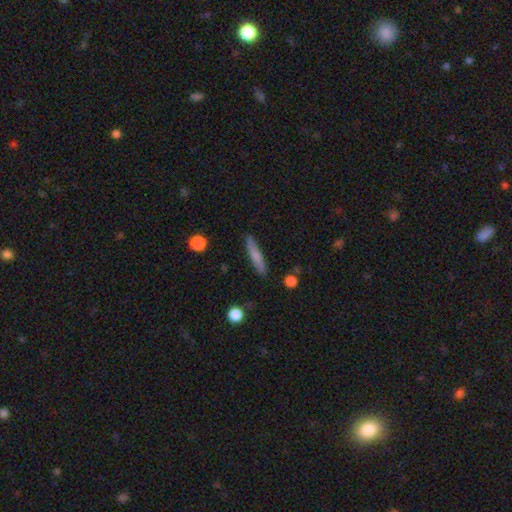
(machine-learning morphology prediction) Smooth or featured: smooth — 71% (featured or disk — 22%)
How rounded: cigar-shaped — 89% (in between — 9%)
Merging: none — 87% (minor disturbance — 10%)